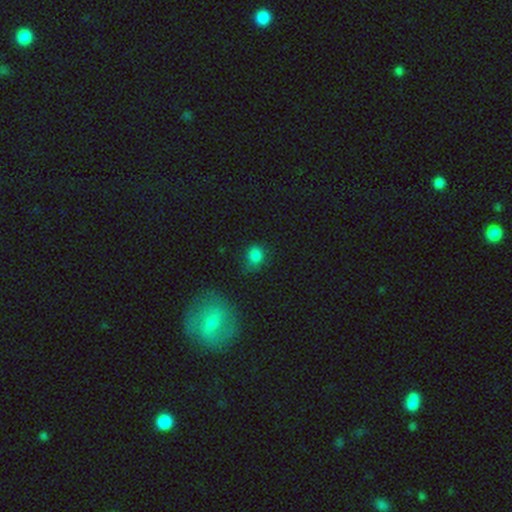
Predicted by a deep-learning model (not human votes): Smooth or featured? Predicted: smooth (p=0.81). How rounded? Predicted: round (p=0.58). Merging? Predicted: none (p=0.62).